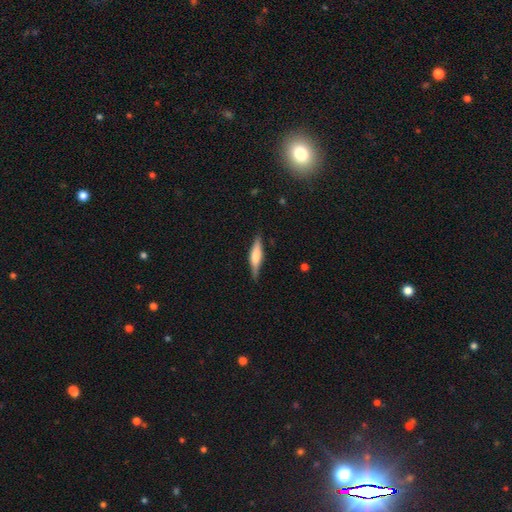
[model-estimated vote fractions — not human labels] Smooth or featured?
  - smooth: 49% *
  - featured or disk: 45%
  - star or artifact: 6%
Merging?
  - none: 83% *
  - minor disturbance: 13%
  - major disturbance: 3%
  - merger: 1%